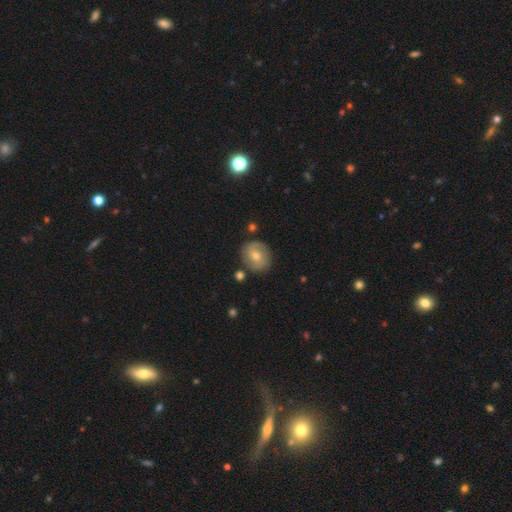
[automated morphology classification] Smooth or featured? Predicted: featured or disk (p=0.47). Merging? Predicted: none (p=0.81).